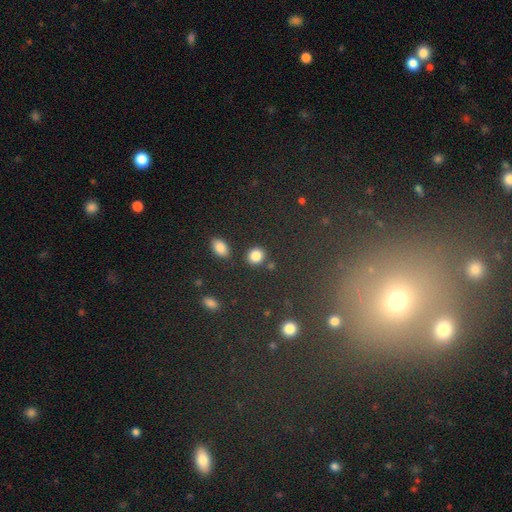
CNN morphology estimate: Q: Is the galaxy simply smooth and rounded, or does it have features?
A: smooth — 85%.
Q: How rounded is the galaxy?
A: round — 76%.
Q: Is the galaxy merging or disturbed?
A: none — 79%.